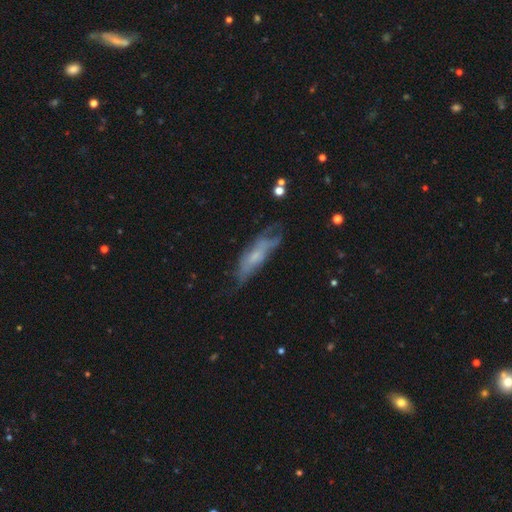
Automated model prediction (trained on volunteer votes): Q: Smooth or featured?
A: featured or disk (48%); runner-up: smooth (43%)
Q: Merging?
A: none (44%); runner-up: minor disturbance (29%)